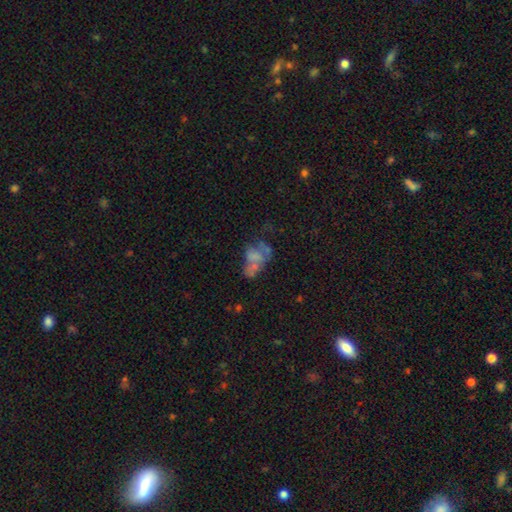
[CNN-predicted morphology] Smooth or featured? featured or disk (44%)
Merging? merger (33%)